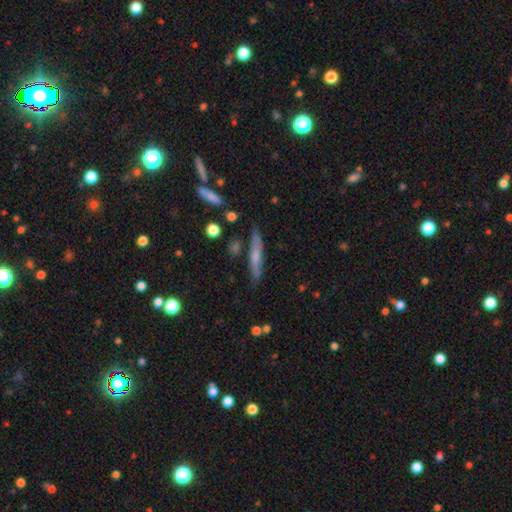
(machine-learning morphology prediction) type=featured or disk (47%); merging=none (78%).